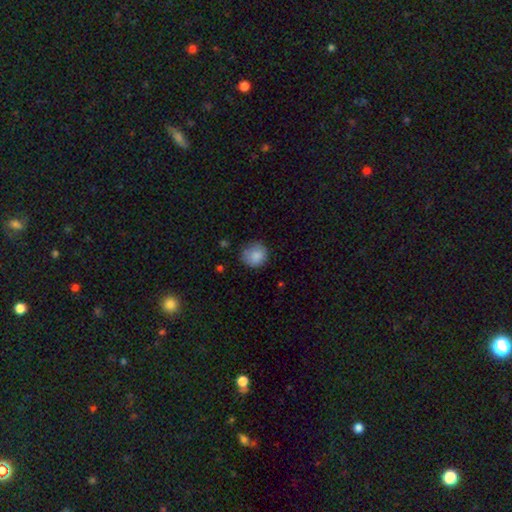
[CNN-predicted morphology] A smooth galaxy with no disk features (86%) that is round (85%).

Vote fractions:
- Smooth or featured? smooth: 86% / star or artifact: 8% / featured or disk: 6%
- How rounded? round: 85% / in between: 14% / cigar-shaped: 1%
- Merging? none: 75% / minor disturbance: 20% / major disturbance: 4% / merger: 1%